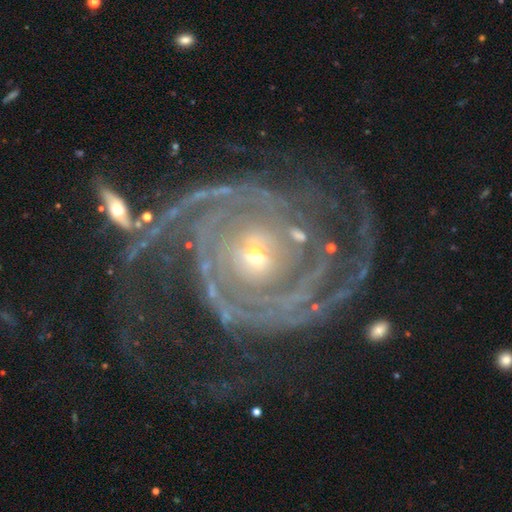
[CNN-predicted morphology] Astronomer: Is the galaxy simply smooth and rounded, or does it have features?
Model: featured or disk — 92%.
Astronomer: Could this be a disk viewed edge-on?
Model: no — 98%.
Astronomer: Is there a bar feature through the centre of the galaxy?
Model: no — 68%.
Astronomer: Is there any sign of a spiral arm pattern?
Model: yes — 98%.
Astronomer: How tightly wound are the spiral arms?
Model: tight — 62%.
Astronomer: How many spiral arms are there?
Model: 2 — 49%.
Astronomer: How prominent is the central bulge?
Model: small — 65%.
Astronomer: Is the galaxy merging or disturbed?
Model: none — 55%.